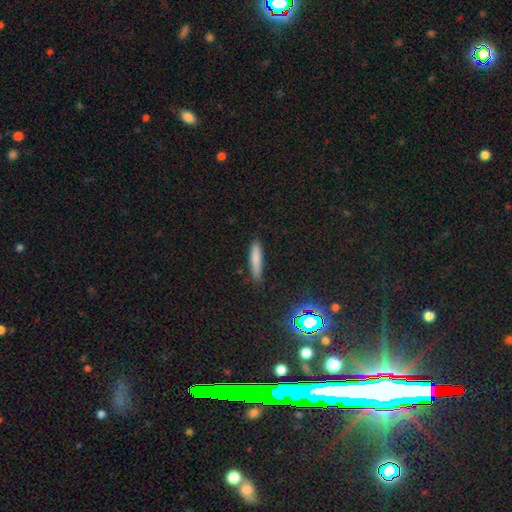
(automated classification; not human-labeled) Q: Smooth or featured?
A: smooth (80%); runner-up: featured or disk (11%)
Q: How rounded?
A: cigar-shaped (82%); runner-up: in between (16%)
Q: Merging?
A: none (84%); runner-up: minor disturbance (12%)